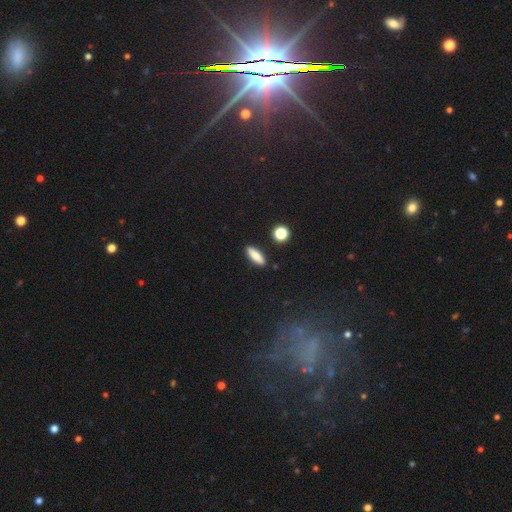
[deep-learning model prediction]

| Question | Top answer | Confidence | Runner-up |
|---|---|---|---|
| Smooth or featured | smooth | 79% | featured or disk (13%) |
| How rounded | cigar-shaped | 50% | in between (46%) |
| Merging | none | 88% | minor disturbance (8%) |